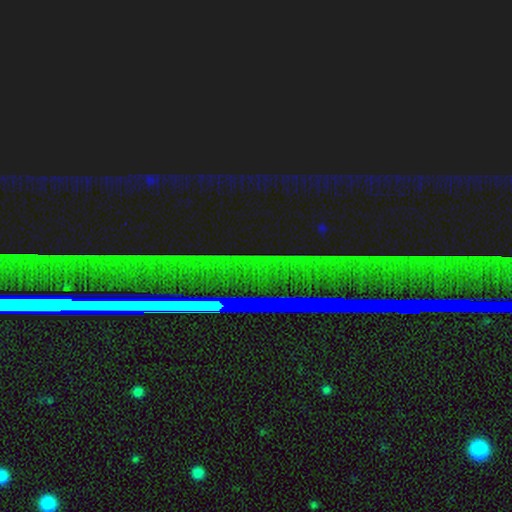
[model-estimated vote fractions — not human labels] The model was most divided on "smooth or featured": star or artifact: 88%, featured or disk: 7%, smooth: 5%.